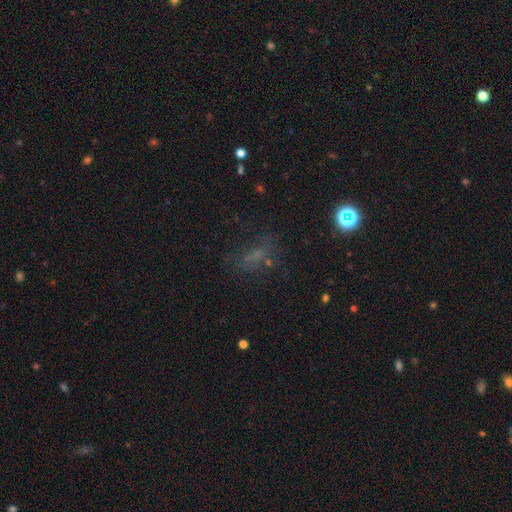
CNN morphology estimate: This is marginally a star or artifact rather than a galaxy (38%, tied with smooth).